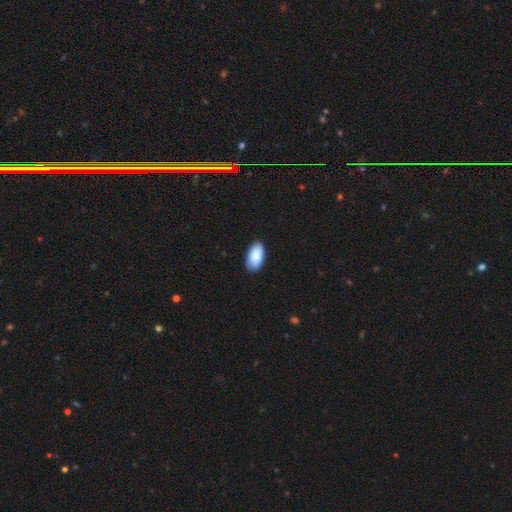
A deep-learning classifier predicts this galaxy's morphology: smooth 90%, star or artifact 6%, featured or disk 4%. Down the decision tree: how rounded — in between (95%); merging — none (86%).